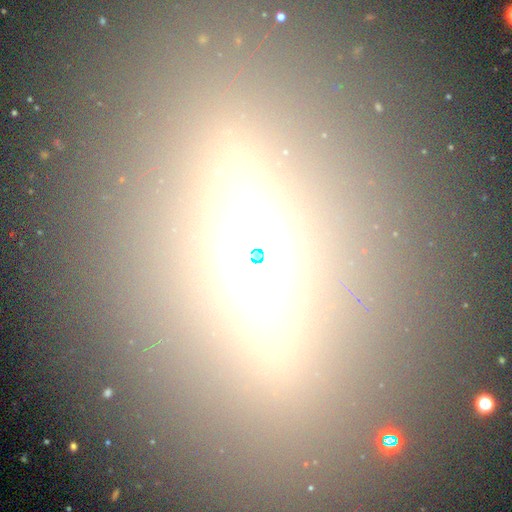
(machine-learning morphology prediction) This appears to be a featured or disk galaxy (44%). Merging: none (84%).